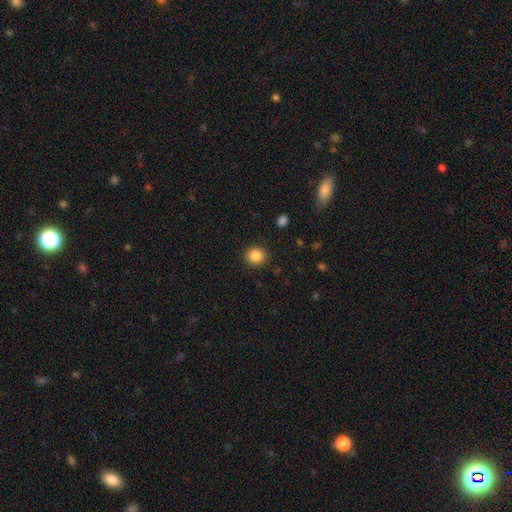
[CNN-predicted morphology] A smooth galaxy with no disk features (86%) that is round (87%).

Vote fractions:
- Smooth or featured? smooth: 86% / star or artifact: 10% / featured or disk: 4%
- How rounded? round: 87% / in between: 12% / cigar-shaped: 1%
- Merging? none: 91% / minor disturbance: 6% / major disturbance: 2% / merger: 1%